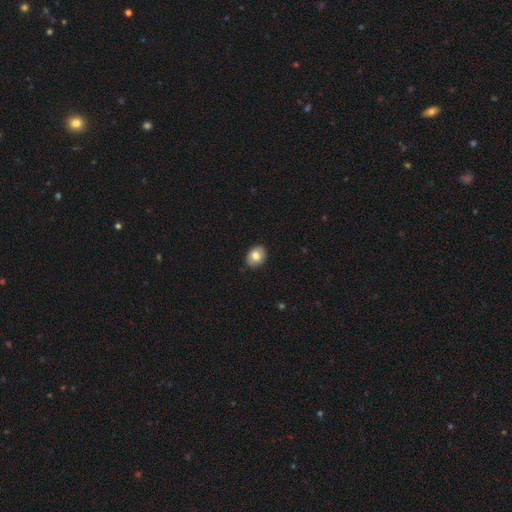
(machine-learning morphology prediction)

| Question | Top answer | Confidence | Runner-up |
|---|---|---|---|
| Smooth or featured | smooth | 76% | featured or disk (17%) |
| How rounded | in between | 59% | round (40%) |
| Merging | none | 85% | minor disturbance (12%) |